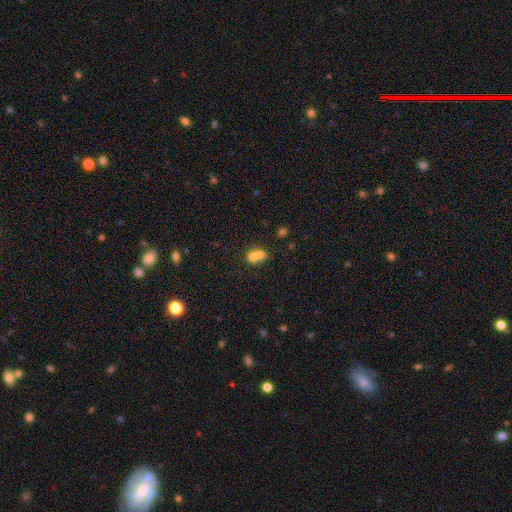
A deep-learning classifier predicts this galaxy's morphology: A smooth galaxy with no disk features (68%) that is round (61%).

Vote fractions:
- Smooth or featured? smooth: 68% / featured or disk: 20% / star or artifact: 12%
- How rounded? round: 61% / in between: 37% / cigar-shaped: 1%
- Merging? merger: 70% / none: 21% / minor disturbance: 6% / major disturbance: 3%